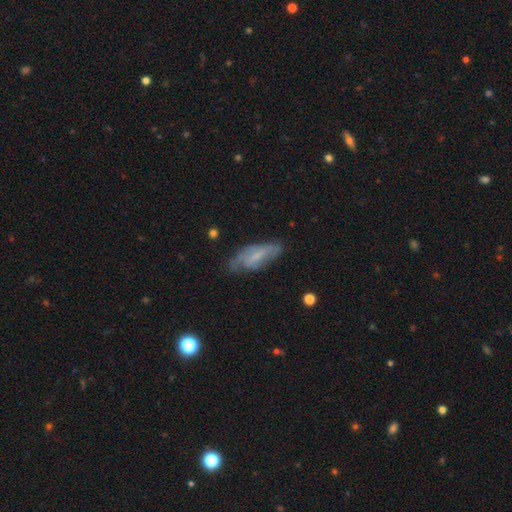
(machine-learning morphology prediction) smooth_or_featured: featured or disk (p=0.55) [alt: smooth p=0.37]
disk_edge_on: no (p=0.82) [alt: yes p=0.18]
merging: none (p=0.56) [alt: minor disturbance p=0.29]